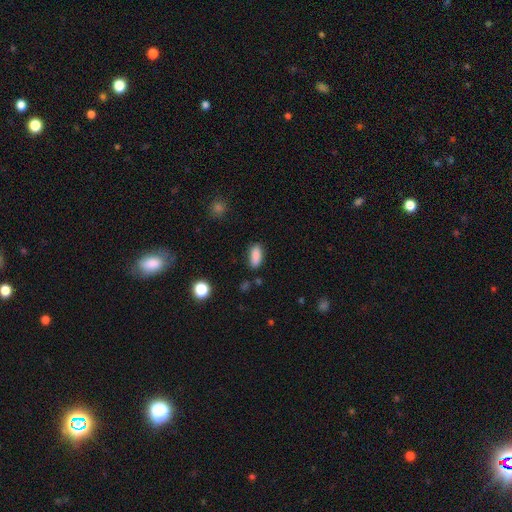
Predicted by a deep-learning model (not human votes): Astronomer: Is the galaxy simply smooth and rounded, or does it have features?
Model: smooth — 88%.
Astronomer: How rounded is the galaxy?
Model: in between — 86%.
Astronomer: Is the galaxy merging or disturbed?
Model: none — 83%.